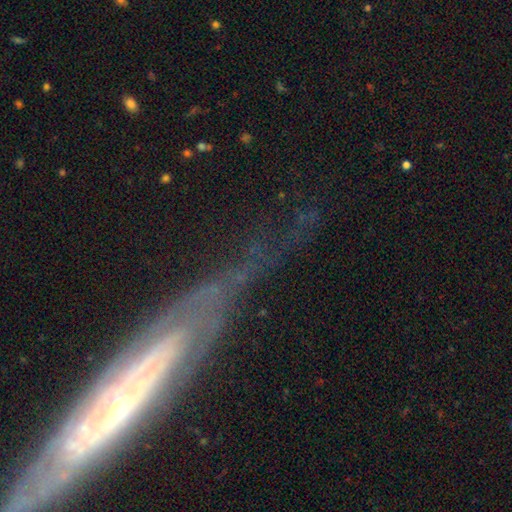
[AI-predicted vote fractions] Smooth or featured? featured or disk (71%)
Edge-on disk? no (61%)
Merging? none (60%)